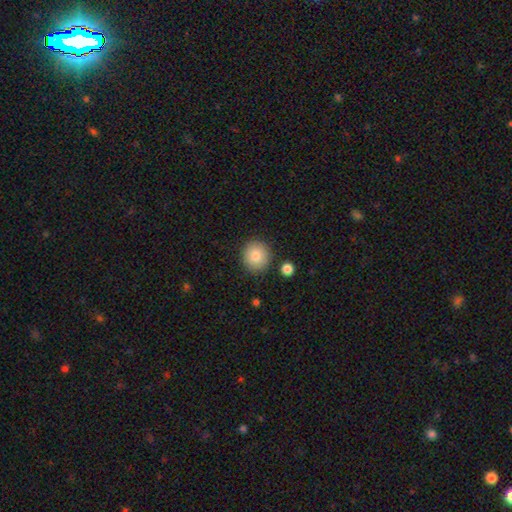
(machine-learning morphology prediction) Smooth or featured? smooth (84%)
How rounded? round (88%)
Merging? none (87%)